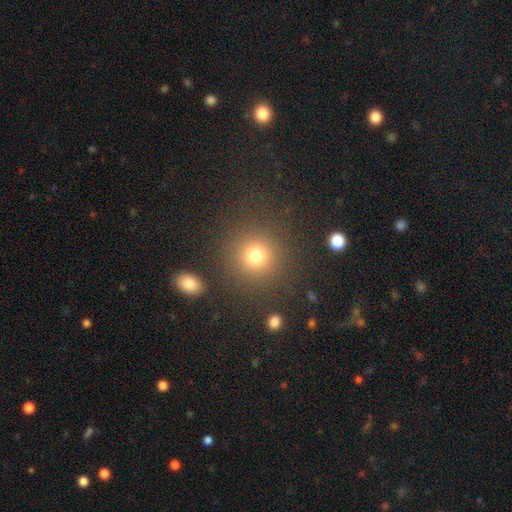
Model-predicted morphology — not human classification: Smooth or featured?
  - smooth: 76% *
  - star or artifact: 16%
  - featured or disk: 7%
How rounded?
  - round: 93% *
  - in between: 6%
  - cigar-shaped: 1%
Merging?
  - none: 85% *
  - minor disturbance: 7%
  - major disturbance: 5%
  - merger: 3%